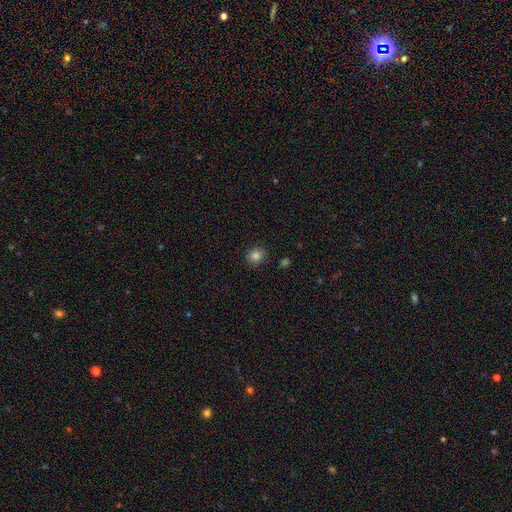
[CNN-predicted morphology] Smooth or featured?
  - smooth: 83% *
  - star or artifact: 12%
  - featured or disk: 5%
How rounded?
  - round: 83% *
  - in between: 16%
  - cigar-shaped: 1%
Merging?
  - none: 89% *
  - minor disturbance: 8%
  - major disturbance: 2%
  - merger: 2%